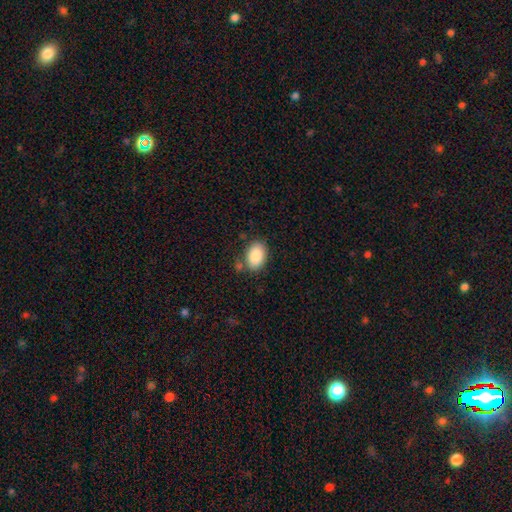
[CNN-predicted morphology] Q: Smooth or featured?
A: smooth (87%); runner-up: star or artifact (7%)
Q: How rounded?
A: in between (86%); runner-up: round (13%)
Q: Merging?
A: none (75%); runner-up: minor disturbance (15%)